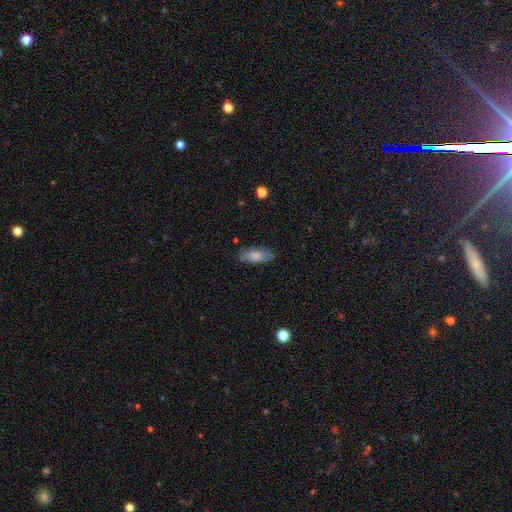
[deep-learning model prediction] smooth-or-featured: smooth: 74% | featured or disk: 20% | star or artifact: 6%
  how-rounded: in between: 78% | cigar-shaped: 19% | round: 2%
  merging: none: 80% | minor disturbance: 16% | major disturbance: 3% | merger: 1%